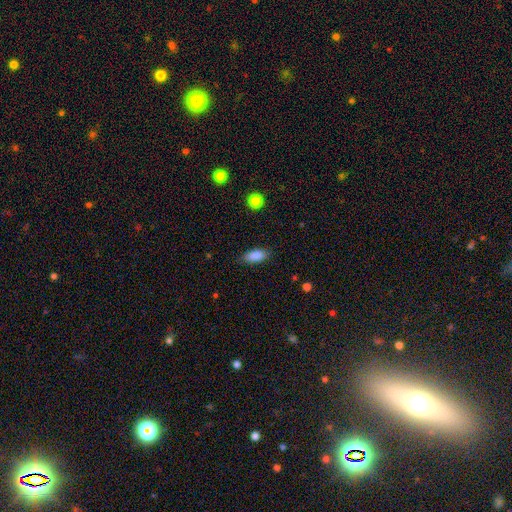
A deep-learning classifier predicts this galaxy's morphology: The model was most divided on "how rounded": in between: 83%, cigar-shaped: 14%, round: 2%. More confident: smooth or featured — smooth (87%); merging — none (83%).